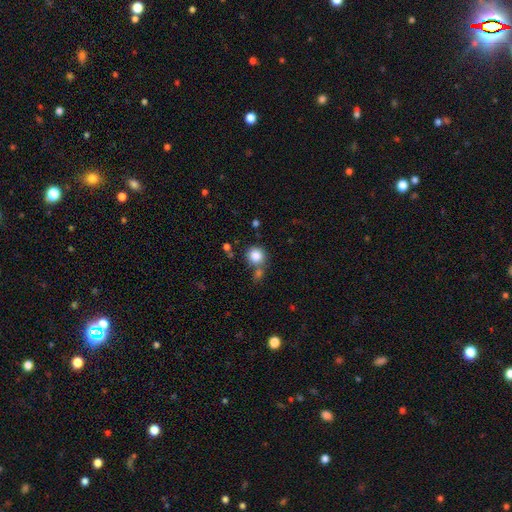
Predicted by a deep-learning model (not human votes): Smooth or featured? Predicted: smooth (p=0.85). How rounded? Predicted: round (p=0.90). Merging? Predicted: none (p=0.65).